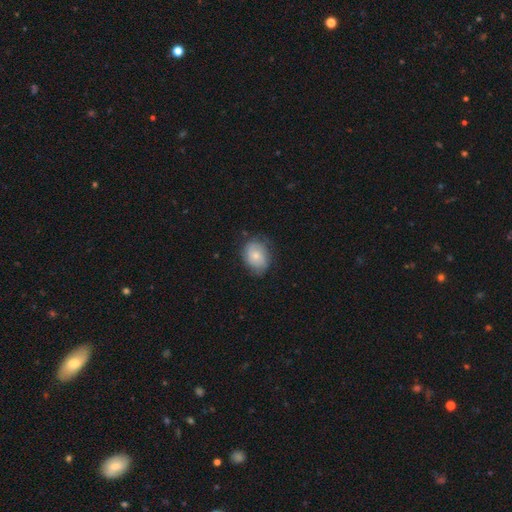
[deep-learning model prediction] Morphology: type=smooth (65%); roundness=in between (62%); merging=none (67%).